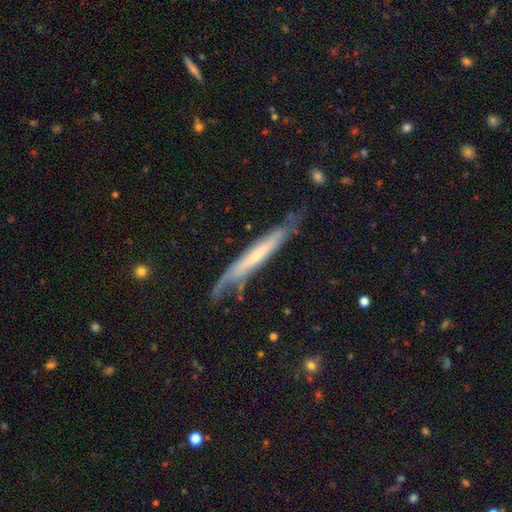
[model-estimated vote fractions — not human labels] featured or disk 66%, smooth 28%, star or artifact 6%. Down the decision tree: edge-on disk — yes (74%); merging — none (62%).